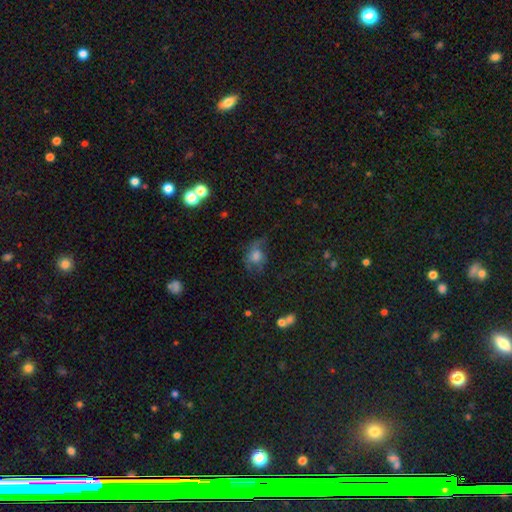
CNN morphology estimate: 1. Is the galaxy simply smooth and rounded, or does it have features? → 49% smooth, 36% featured or disk, 15% star or artifact.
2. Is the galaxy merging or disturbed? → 43% none, 28% major disturbance, 26% minor disturbance, 3% merger.